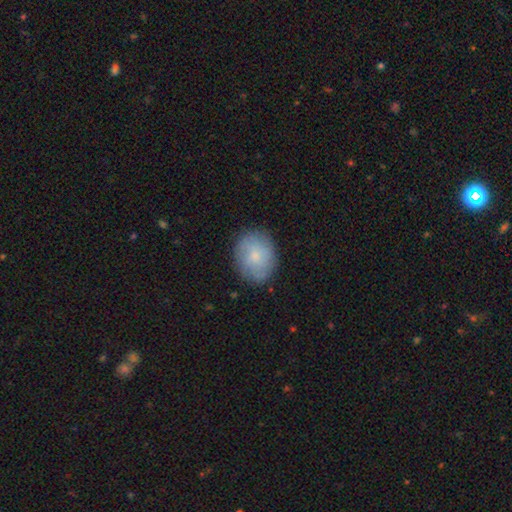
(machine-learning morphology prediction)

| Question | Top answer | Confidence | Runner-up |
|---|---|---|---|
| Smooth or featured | smooth | 72% | featured or disk (21%) |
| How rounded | round | 52% | in between (47%) |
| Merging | none | 81% | minor disturbance (14%) |